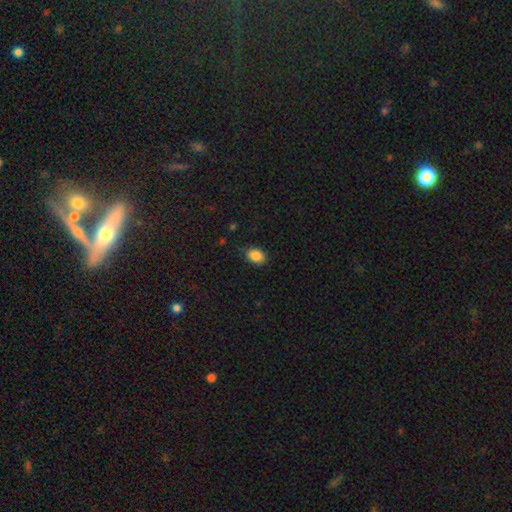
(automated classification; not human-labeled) smooth_or_featured: smooth (p=0.87) [alt: star or artifact p=0.09]
how_rounded: in between (p=0.73) [alt: round p=0.26]
merging: none (p=0.80) [alt: minor disturbance p=0.16]